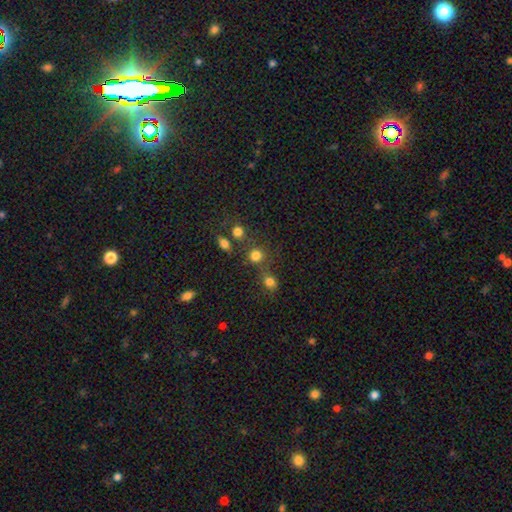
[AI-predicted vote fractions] This appears to be a smooth galaxy with no disk features (78%) that is round (86%). Merging: none (64%).